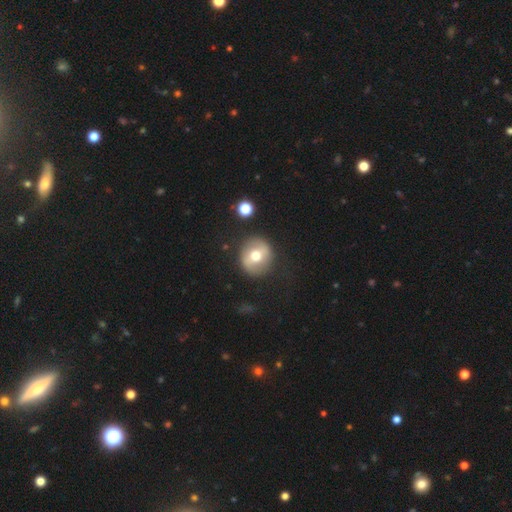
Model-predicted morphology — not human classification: A smooth galaxy with no disk features (51%) that is round (89%).

Vote fractions:
- Smooth or featured? smooth: 51% / featured or disk: 41% / star or artifact: 8%
- How rounded? round: 89% / in between: 10% / cigar-shaped: 1%
- Merging? none: 85% / minor disturbance: 9% / major disturbance: 4% / merger: 2%